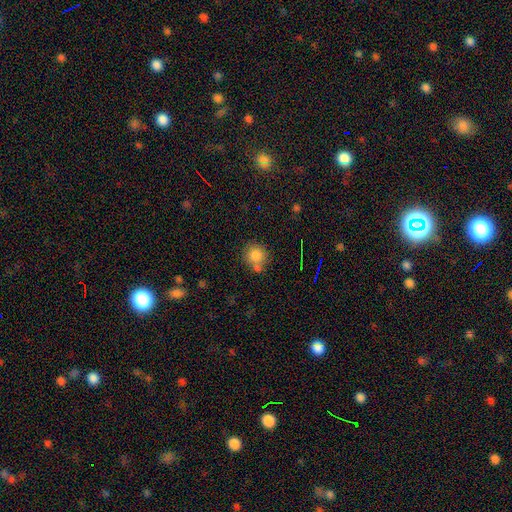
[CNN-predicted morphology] Q: Smooth or featured?
A: smooth (82%); runner-up: star or artifact (11%)
Q: How rounded?
A: round (87%); runner-up: in between (12%)
Q: Merging?
A: none (63%); runner-up: merger (20%)